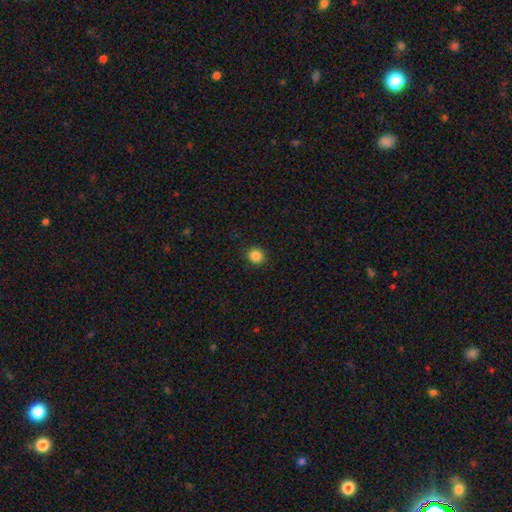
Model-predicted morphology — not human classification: Smooth or featured? smooth (86%)
How rounded? round (85%)
Merging? none (91%)